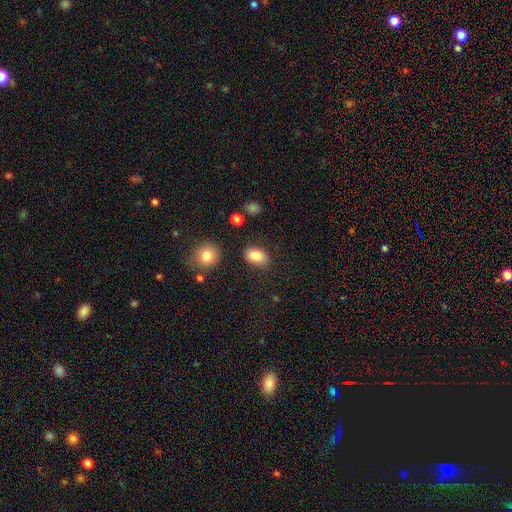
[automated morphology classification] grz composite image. It shows a smooth galaxy with no disk features (87%) that is in between round and cigar-shaped (84%). Merging: none (80%).